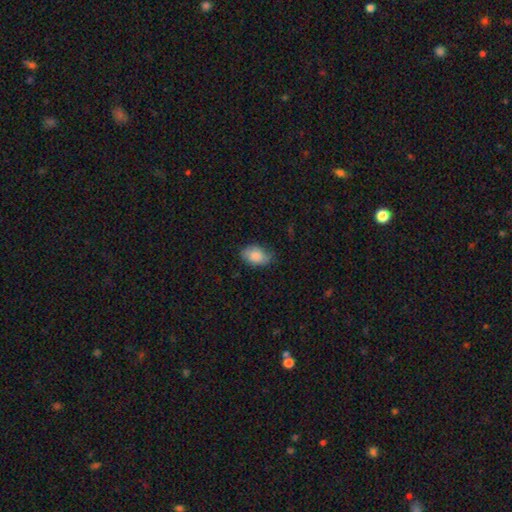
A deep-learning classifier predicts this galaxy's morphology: The model was most divided on "merging": none: 70%, minor disturbance: 24%, major disturbance: 4%, merger: 1%. More confident: how rounded — in between (88%); smooth or featured — smooth (84%).